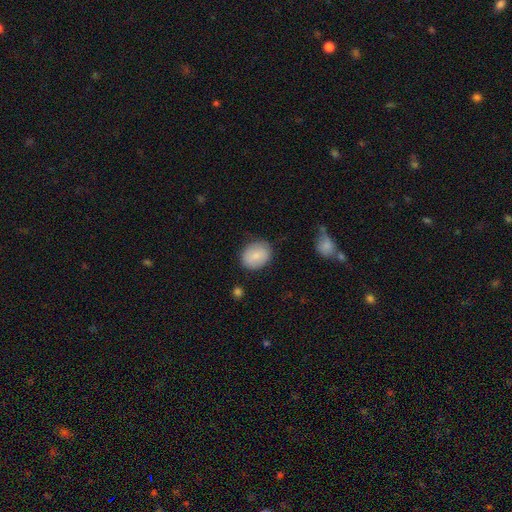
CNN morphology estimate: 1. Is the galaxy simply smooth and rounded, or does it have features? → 83% smooth, 10% featured or disk, 7% star or artifact.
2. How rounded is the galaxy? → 52% round, 47% in between, 1% cigar-shaped.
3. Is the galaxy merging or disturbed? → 81% none, 14% minor disturbance, 3% major disturbance, 2% merger.